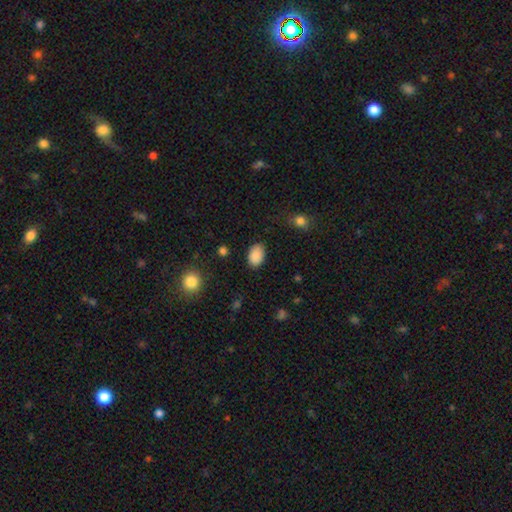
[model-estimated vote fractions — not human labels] Smooth or featured: smooth — 89% (star or artifact — 8%)
How rounded: in between — 87% (round — 12%)
Merging: none — 86% (minor disturbance — 10%)